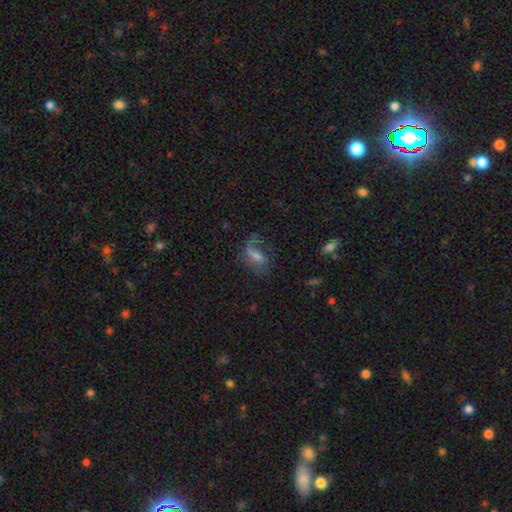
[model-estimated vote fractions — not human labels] A featured or disk galaxy (59%) with a weak bar (45%), spiral arms (76%) and a small central bulge (38%).

Vote fractions:
- Smooth or featured? featured or disk: 59% / smooth: 30% / star or artifact: 12%
- Edge-on disk? no: 92% / yes: 8%
- Bar? weak: 45% / no: 34% / strong: 21%
- Spiral arms? yes: 76% / no: 24%
- Bulge size? small: 38% / moderate: 37% / none: 18% / large: 6% / dominant: 2%
- Merging? none: 41% / major disturbance: 35% / minor disturbance: 20% / merger: 3%